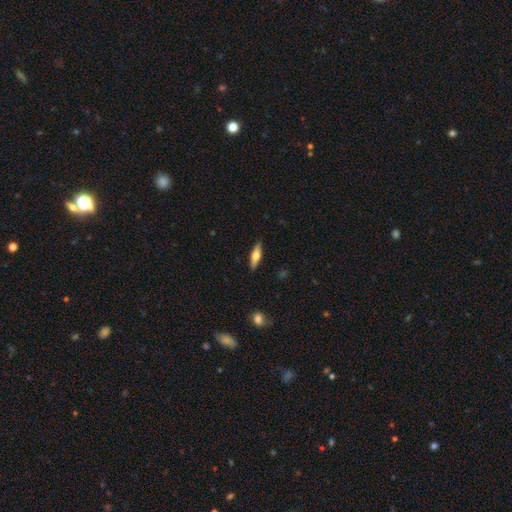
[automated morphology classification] smooth_or_featured: smooth (p=0.54) [alt: featured or disk p=0.40]
how_rounded: cigar-shaped (p=0.59) [alt: in between p=0.38]
merging: none (p=0.89) [alt: minor disturbance p=0.08]